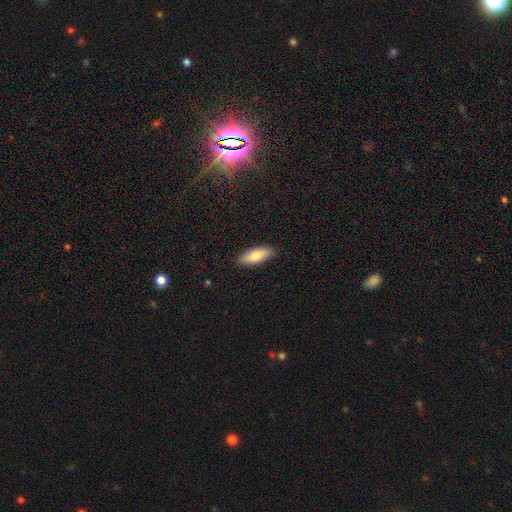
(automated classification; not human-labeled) Smooth or featured? smooth (78%)
How rounded? in between (69%)
Merging? none (89%)